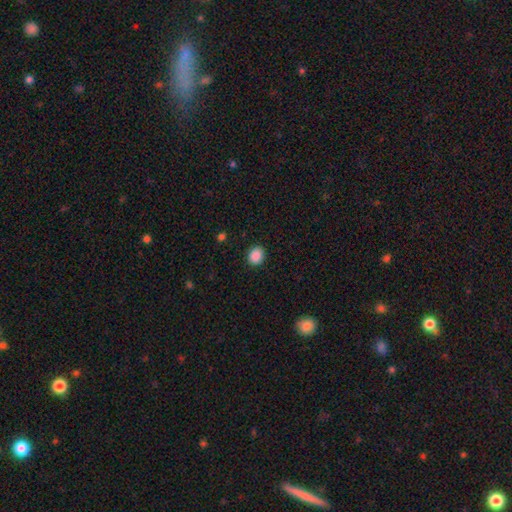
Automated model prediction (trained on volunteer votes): Overall: smooth (89%). How rounded: round (61%; in between 38%). Merging: none (89%).